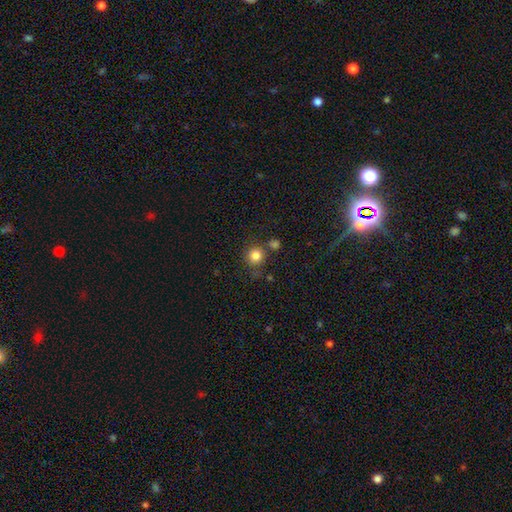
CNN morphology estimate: Smooth or featured: smooth — 83% (star or artifact — 11%)
How rounded: round — 92% (in between — 7%)
Merging: none — 73% (merger — 11%)